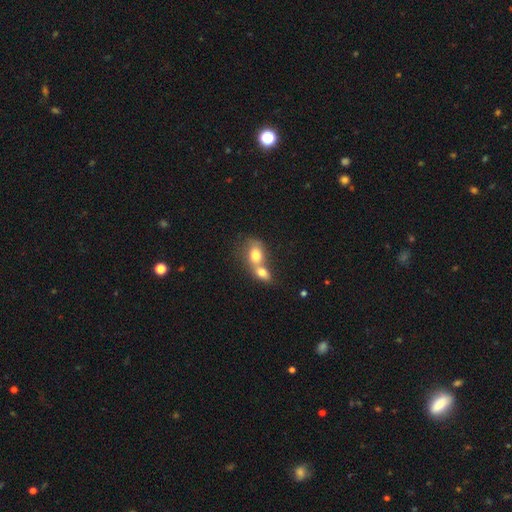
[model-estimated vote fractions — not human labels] Smooth or featured? smooth (74%)
How rounded? in between (61%)
Merging? merger (76%)